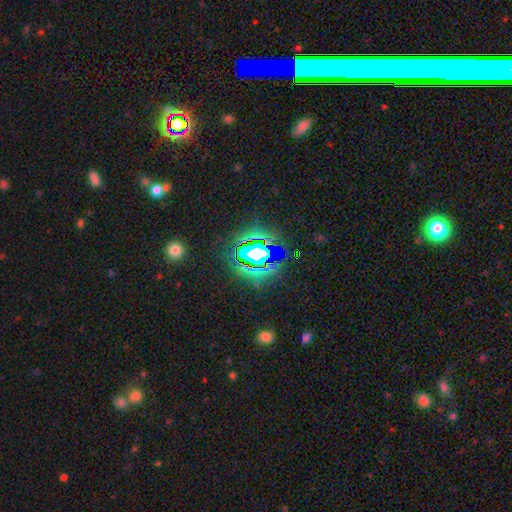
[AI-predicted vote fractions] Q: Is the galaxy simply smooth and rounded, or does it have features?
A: star or artifact — 69%.